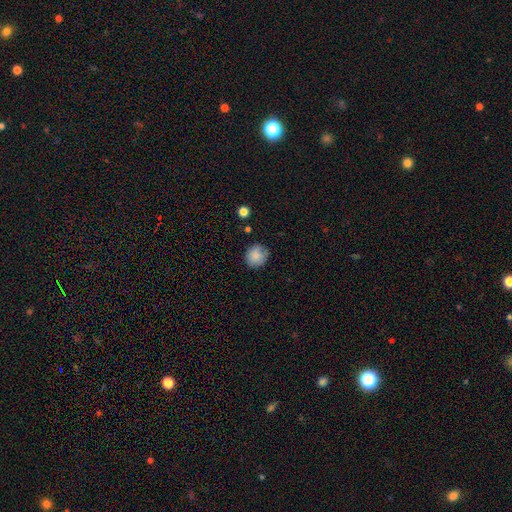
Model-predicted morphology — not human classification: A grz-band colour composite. It shows a smooth galaxy with no disk features (85%) that is round (86%). Merging: none (78%).